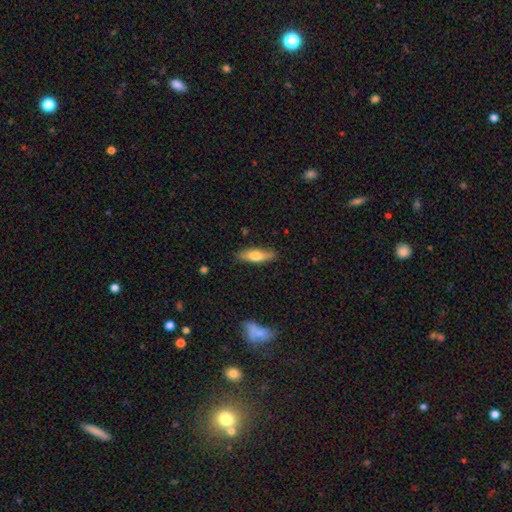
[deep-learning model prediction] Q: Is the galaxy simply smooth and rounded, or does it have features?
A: smooth — 65%.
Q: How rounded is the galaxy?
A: cigar-shaped — 53%.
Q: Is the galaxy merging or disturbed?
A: none — 83%.